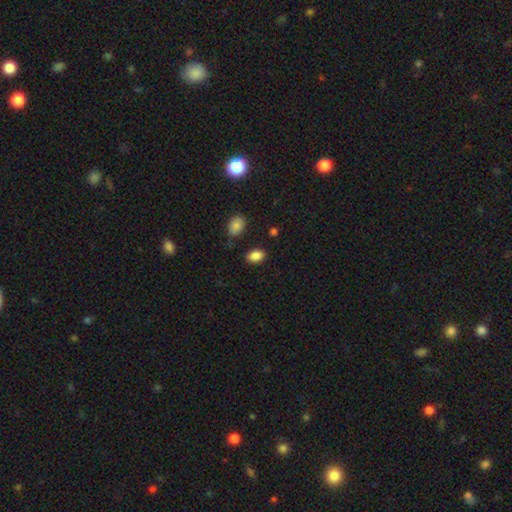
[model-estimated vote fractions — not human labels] This is clearly a smooth galaxy (87%). How rounded: clearly in between (86%). Merging: clearly none (82%).